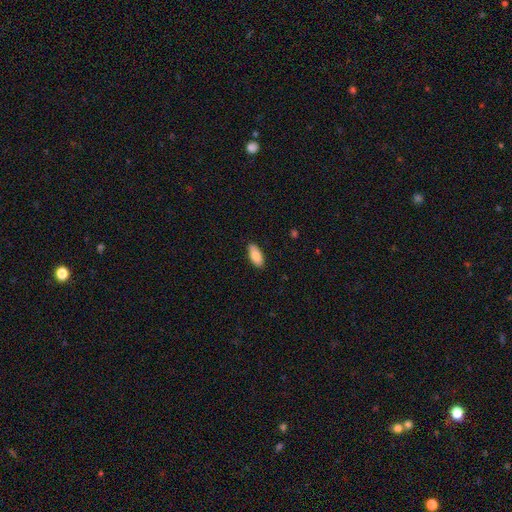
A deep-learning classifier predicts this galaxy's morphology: smooth 85%, featured or disk 9%, star or artifact 6%. Down the decision tree: how rounded — in between (87%); merging — none (88%).